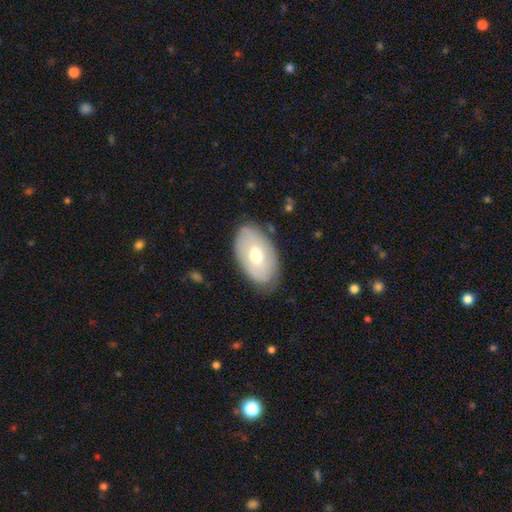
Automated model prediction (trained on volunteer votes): Q: Smooth or featured?
A: smooth (53%); runner-up: featured or disk (41%)
Q: How rounded?
A: in between (92%); runner-up: round (7%)
Q: Merging?
A: none (80%); runner-up: minor disturbance (15%)